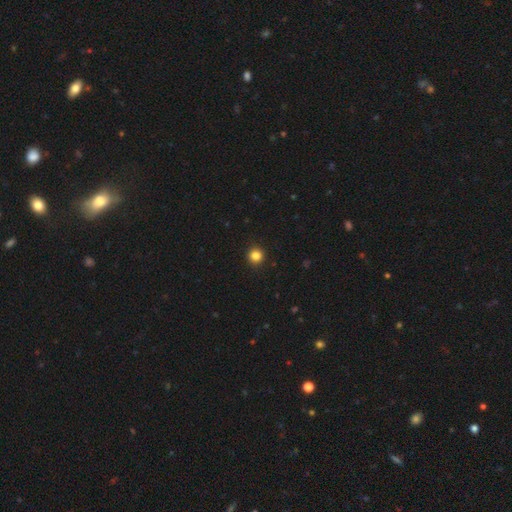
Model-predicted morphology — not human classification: smooth 84%, star or artifact 12%, featured or disk 4%. Down the decision tree: how rounded — round (95%); merging — none (93%).